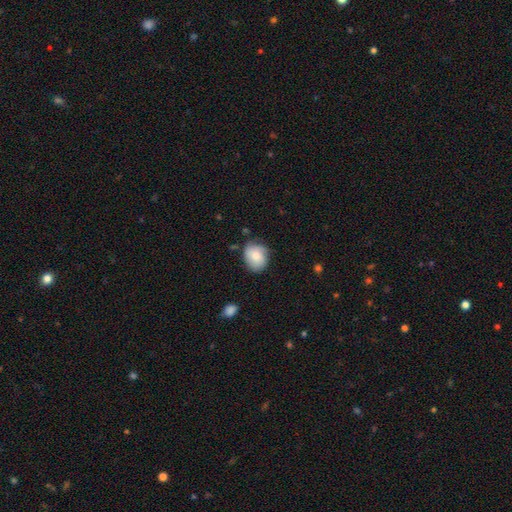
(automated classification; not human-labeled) Smooth or featured?
  - smooth: 73% *
  - featured or disk: 20%
  - star or artifact: 7%
How rounded?
  - in between: 50% *
  - round: 49%
  - cigar-shaped: 1%
Merging?
  - none: 67% *
  - minor disturbance: 26%
  - major disturbance: 5%
  - merger: 2%